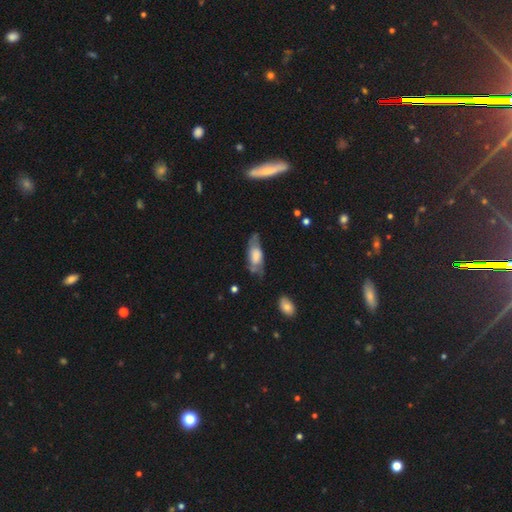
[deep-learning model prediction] smooth_or_featured: smooth (p=0.48) [alt: featured or disk p=0.44]
merging: none (p=0.51) [alt: minor disturbance p=0.30]